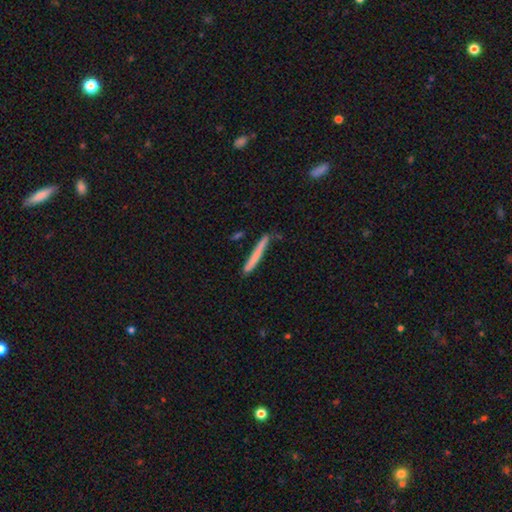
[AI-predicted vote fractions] Overall: smooth (67%; featured or disk 27%). How rounded: cigar-shaped (97%). Merging: none (81%).